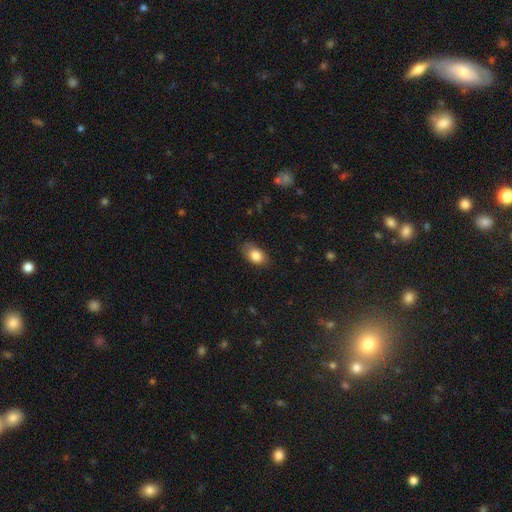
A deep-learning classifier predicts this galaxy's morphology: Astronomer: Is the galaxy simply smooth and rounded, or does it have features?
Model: smooth — 83%.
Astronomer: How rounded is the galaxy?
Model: in between — 83%.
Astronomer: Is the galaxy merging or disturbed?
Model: none — 72%.